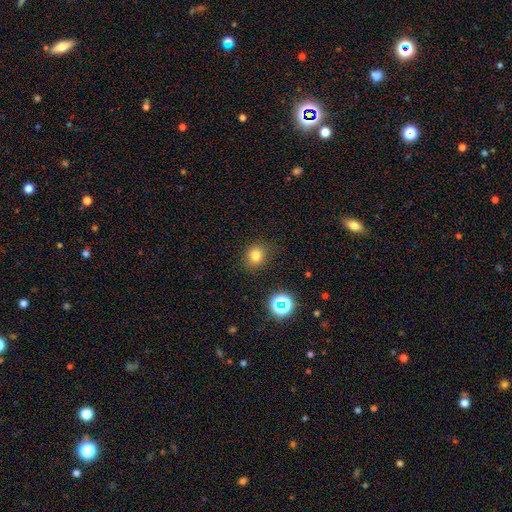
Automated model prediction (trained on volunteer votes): smooth 78%, star or artifact 16%, featured or disk 6%. Down the decision tree: how rounded — round (78%); merging — none (86%).